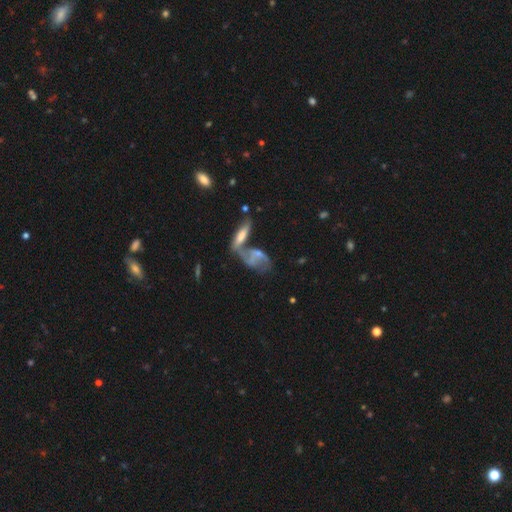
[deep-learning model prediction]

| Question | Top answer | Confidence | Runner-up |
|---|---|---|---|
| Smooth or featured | featured or disk | 62% | smooth (30%) |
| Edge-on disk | no | 85% | yes (15%) |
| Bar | no | 55% | weak (34%) |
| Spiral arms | yes | 75% | no (25%) |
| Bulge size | small | 42% | none (29%) |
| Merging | merger | 50% | none (25%) |